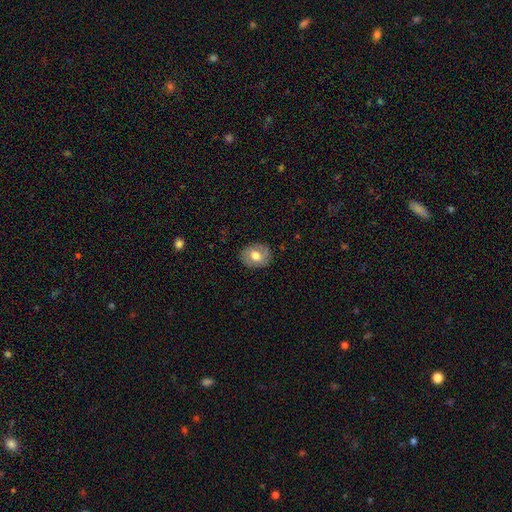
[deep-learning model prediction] Smooth or featured: smooth — 68% (featured or disk — 25%)
How rounded: round — 55% (in between — 44%)
Merging: none — 86% (minor disturbance — 11%)